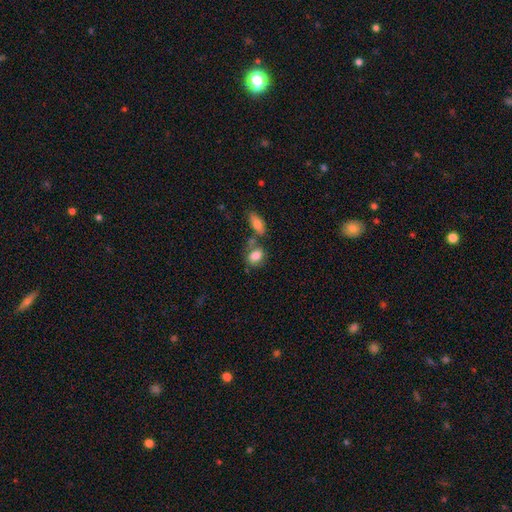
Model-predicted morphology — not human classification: Smooth or featured?
  - smooth: 80% *
  - featured or disk: 12%
  - star or artifact: 8%
How rounded?
  - in between: 68% *
  - round: 29%
  - cigar-shaped: 2%
Merging?
  - none: 50% *
  - merger: 27%
  - minor disturbance: 16%
  - major disturbance: 6%